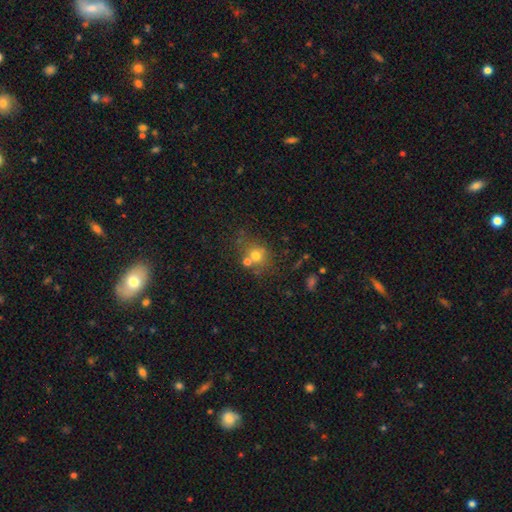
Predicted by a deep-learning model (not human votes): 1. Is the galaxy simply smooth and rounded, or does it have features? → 66% smooth, 17% featured or disk, 17% star or artifact.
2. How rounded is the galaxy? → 75% round, 24% in between, 1% cigar-shaped.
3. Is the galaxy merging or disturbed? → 53% none, 29% merger, 12% minor disturbance, 6% major disturbance.